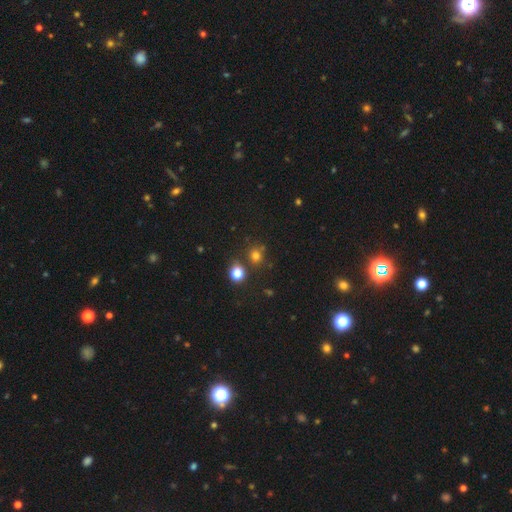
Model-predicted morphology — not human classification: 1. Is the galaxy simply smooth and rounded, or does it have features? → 71% smooth, 22% star or artifact, 7% featured or disk.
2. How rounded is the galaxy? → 86% round, 13% in between, 1% cigar-shaped.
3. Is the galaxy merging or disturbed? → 74% none, 13% merger, 10% minor disturbance, 4% major disturbance.